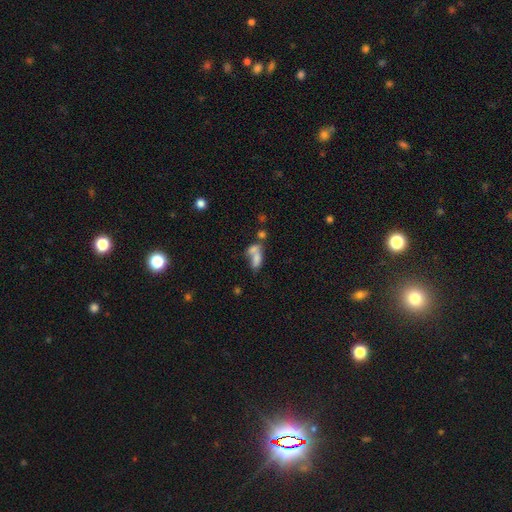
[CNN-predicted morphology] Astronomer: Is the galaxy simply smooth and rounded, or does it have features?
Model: smooth — 68%.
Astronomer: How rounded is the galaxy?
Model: in between — 79%.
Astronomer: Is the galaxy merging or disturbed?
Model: merger — 59%.